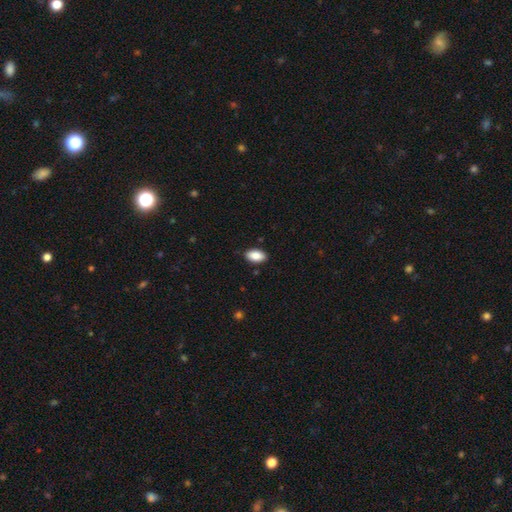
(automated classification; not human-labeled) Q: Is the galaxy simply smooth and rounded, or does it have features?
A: smooth — 88%.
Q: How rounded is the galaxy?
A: in between — 94%.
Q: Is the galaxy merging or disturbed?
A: none — 88%.